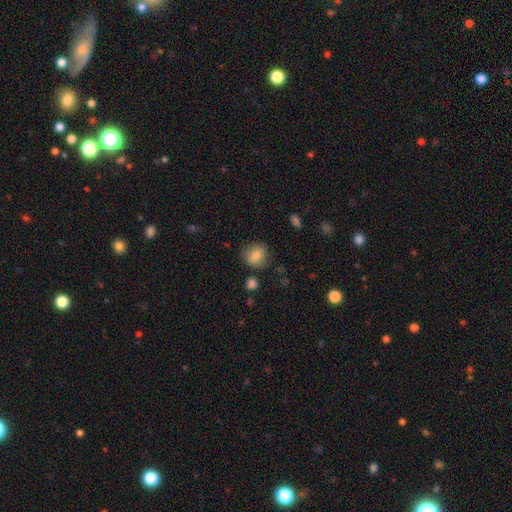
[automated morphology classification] Smooth or featured?
  - smooth: 83% *
  - star or artifact: 9%
  - featured or disk: 8%
How rounded?
  - round: 66% *
  - in between: 33%
  - cigar-shaped: 1%
Merging?
  - none: 77% *
  - minor disturbance: 16%
  - major disturbance: 5%
  - merger: 3%